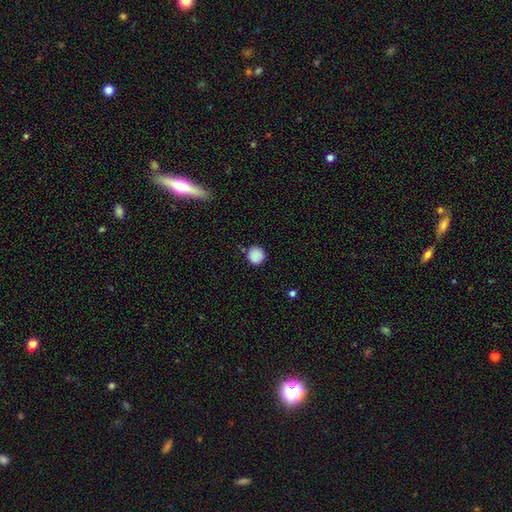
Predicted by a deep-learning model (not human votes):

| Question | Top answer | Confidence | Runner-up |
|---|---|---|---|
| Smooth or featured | smooth | 88% | star or artifact (9%) |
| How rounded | round | 94% | in between (5%) |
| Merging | none | 85% | minor disturbance (10%) |